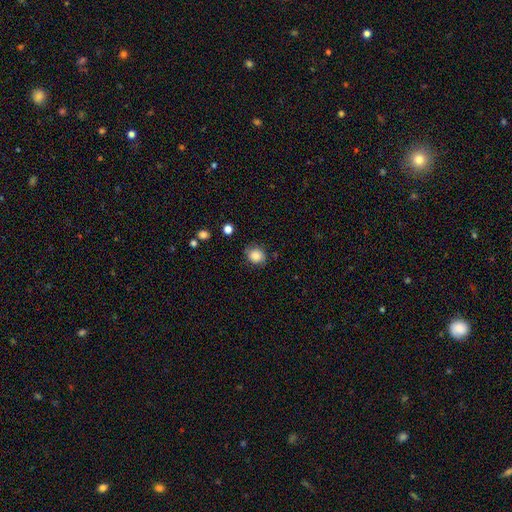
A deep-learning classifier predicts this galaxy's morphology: The model was most divided on "how rounded": round: 72%, in between: 27%, cigar-shaped: 1%. More confident: smooth or featured — smooth (81%); merging — none (75%).